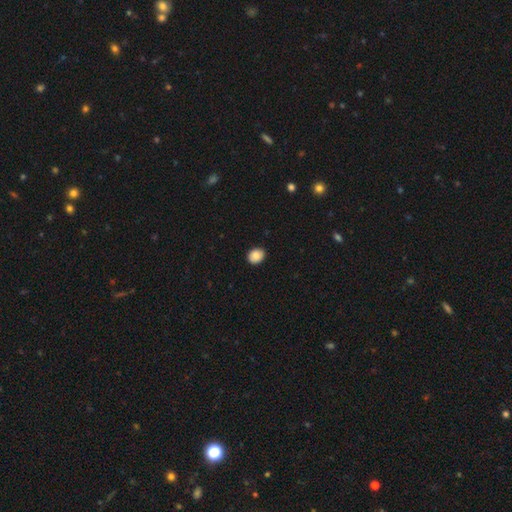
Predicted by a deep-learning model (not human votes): This appears to be a smooth galaxy with no disk features (86%) that is round (52%). Merging: none (87%).